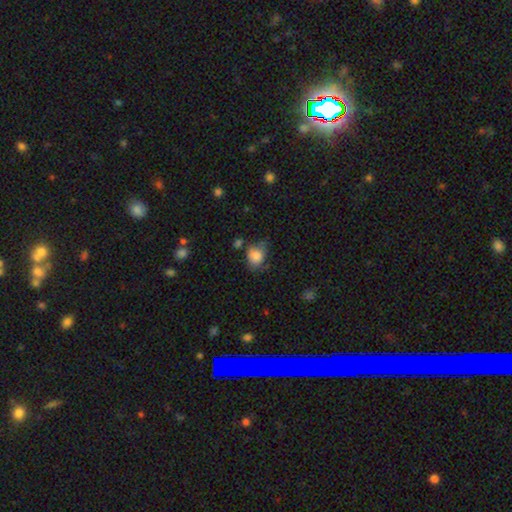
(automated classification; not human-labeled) Overall: smooth (81%). How rounded: in between (50%; round 49%). Merging: none (47%; minor disturbance 33%).